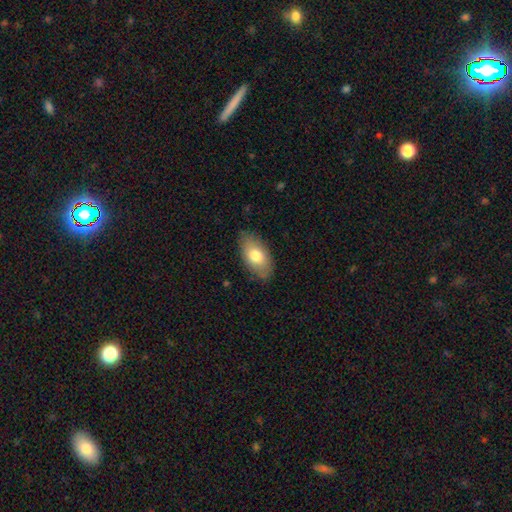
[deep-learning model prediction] This is likely a smooth galaxy (76%). How rounded: clearly in between (93%). Merging: likely none (80%).